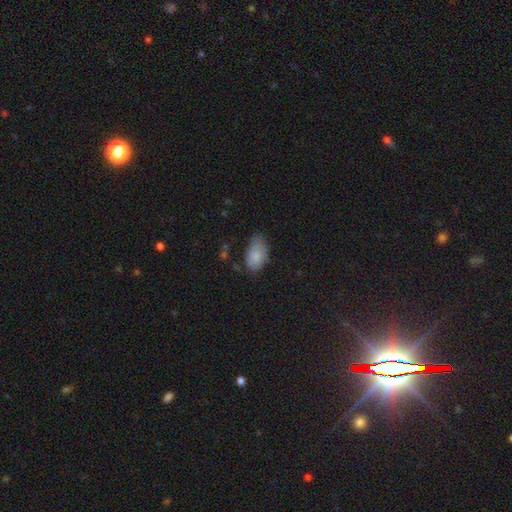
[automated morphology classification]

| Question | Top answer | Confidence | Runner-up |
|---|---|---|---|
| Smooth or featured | smooth | 83% | featured or disk (10%) |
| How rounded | in between | 92% | round (6%) |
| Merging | none | 50% | minor disturbance (36%) |